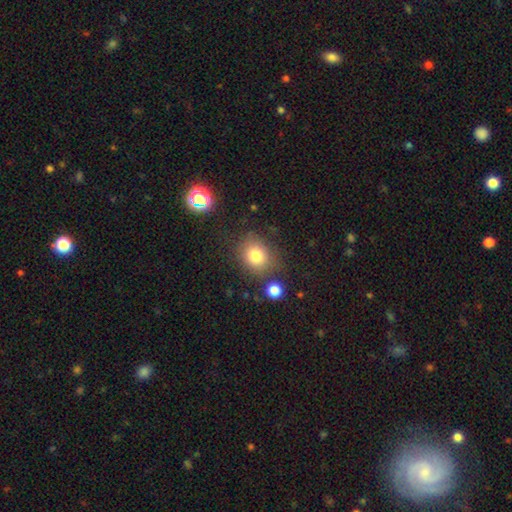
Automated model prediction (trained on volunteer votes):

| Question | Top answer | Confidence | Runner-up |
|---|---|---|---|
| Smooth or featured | smooth | 80% | star or artifact (12%) |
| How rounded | round | 66% | in between (33%) |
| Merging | none | 74% | minor disturbance (14%) |